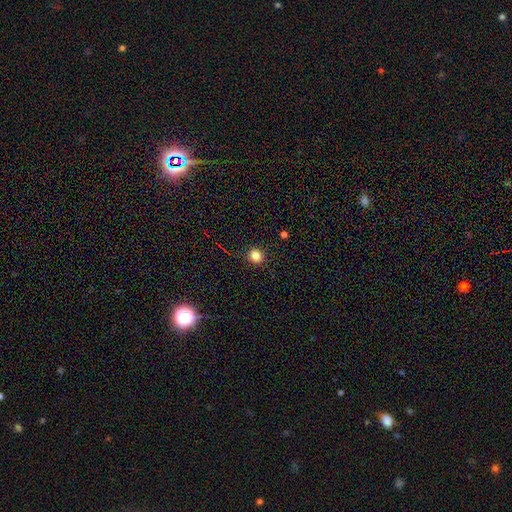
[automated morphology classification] Smooth or featured?
  - smooth: 81% *
  - star or artifact: 13%
  - featured or disk: 5%
How rounded?
  - round: 80% *
  - in between: 19%
  - cigar-shaped: 1%
Merging?
  - none: 91% *
  - minor disturbance: 6%
  - major disturbance: 2%
  - merger: 1%